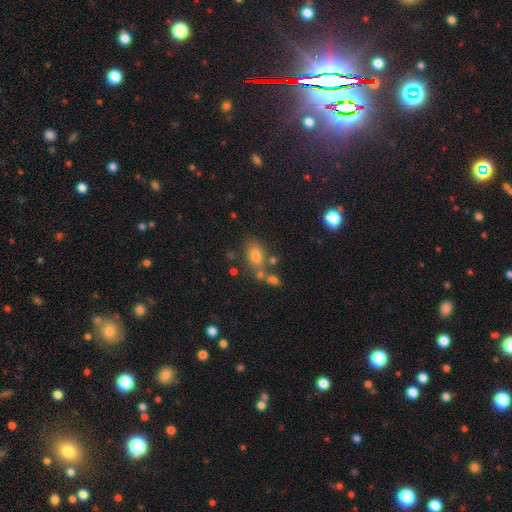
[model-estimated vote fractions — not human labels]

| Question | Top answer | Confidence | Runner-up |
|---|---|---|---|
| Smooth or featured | smooth | 76% | star or artifact (13%) |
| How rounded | in between | 82% | round (15%) |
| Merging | none | 61% | merger (18%) |